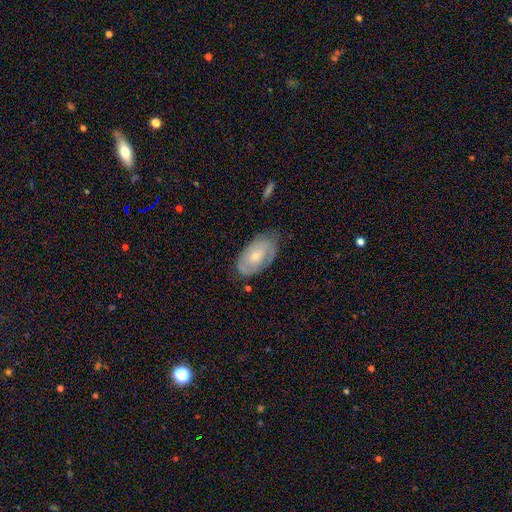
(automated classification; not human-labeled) Overall: featured or disk (52%; smooth 41%). Edge-on disk: no (93%). Merging: none (67%).